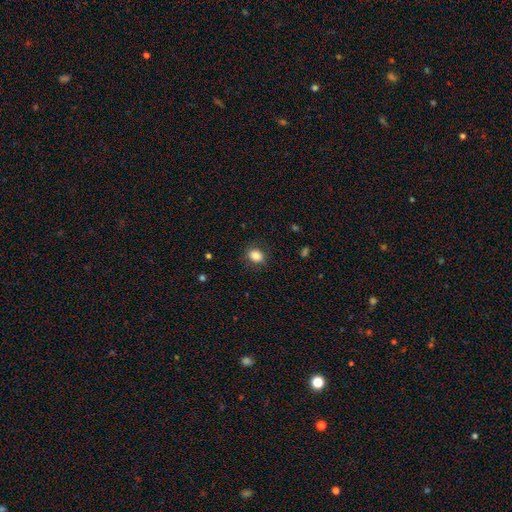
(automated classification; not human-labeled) smooth_or_featured: smooth (p=0.86) [alt: star or artifact p=0.09]
how_rounded: in between (p=0.52) [alt: round p=0.47]
merging: none (p=0.84) [alt: minor disturbance p=0.12]